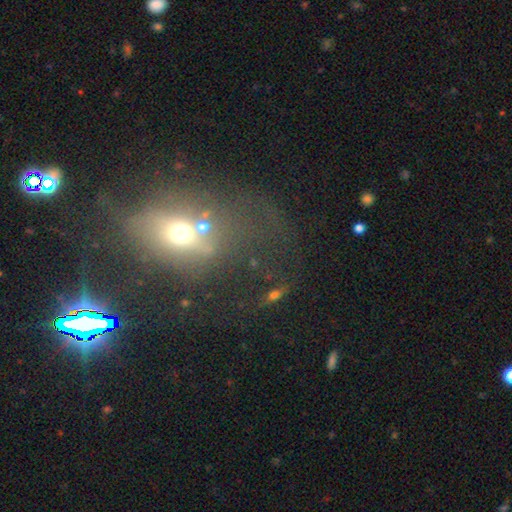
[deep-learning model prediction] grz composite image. It shows a smooth galaxy with no disk features (39%). Merging: none (36%).